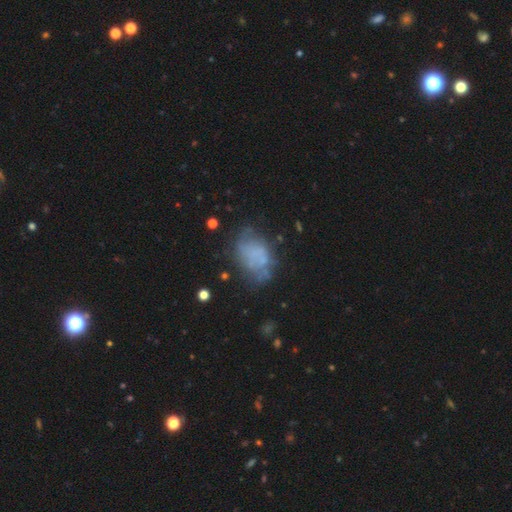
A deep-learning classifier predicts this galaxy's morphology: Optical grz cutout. It shows a smooth galaxy with no disk features (49%). Merging: none (47%).